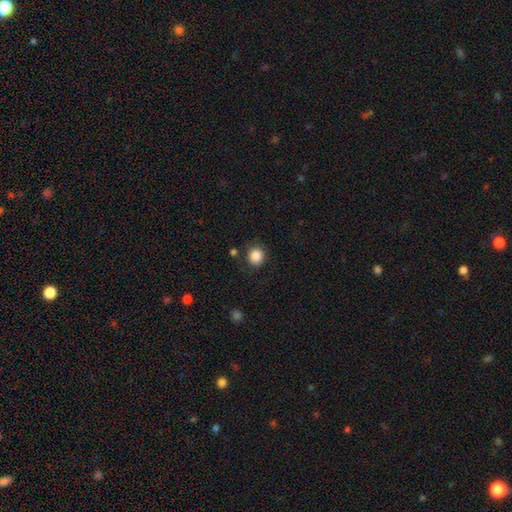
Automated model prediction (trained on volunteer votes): smooth-or-featured: smooth: 87% | star or artifact: 10% | featured or disk: 4%
  how-rounded: round: 85% | in between: 14% | cigar-shaped: 1%
  merging: none: 84% | minor disturbance: 10% | major disturbance: 3% | merger: 3%